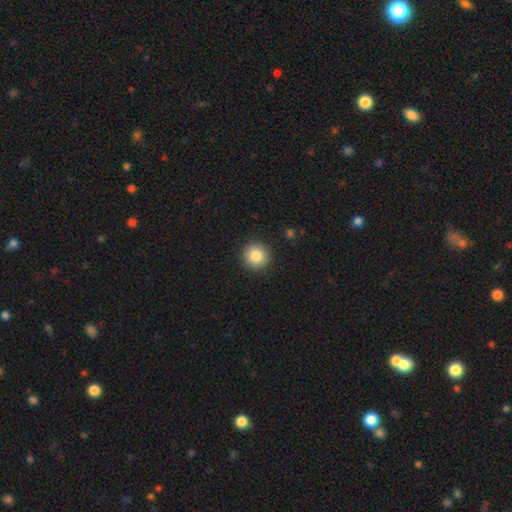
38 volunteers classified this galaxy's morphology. This appears to be a smooth galaxy with no disk features (87%) that is round (100%). Merging: none (94%).